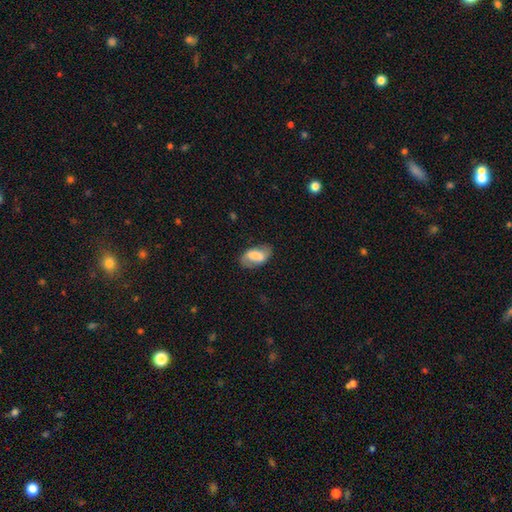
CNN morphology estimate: Q: Smooth or featured?
A: smooth (55%); runner-up: featured or disk (37%)
Q: How rounded?
A: in between (91%); runner-up: round (5%)
Q: Merging?
A: none (71%); runner-up: minor disturbance (20%)